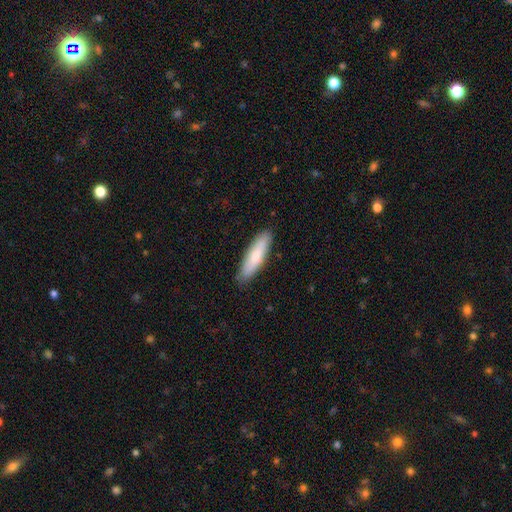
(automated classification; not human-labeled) Smooth or featured? Predicted: smooth (p=0.77). How rounded? Predicted: cigar-shaped (p=0.71). Merging? Predicted: none (p=0.88).